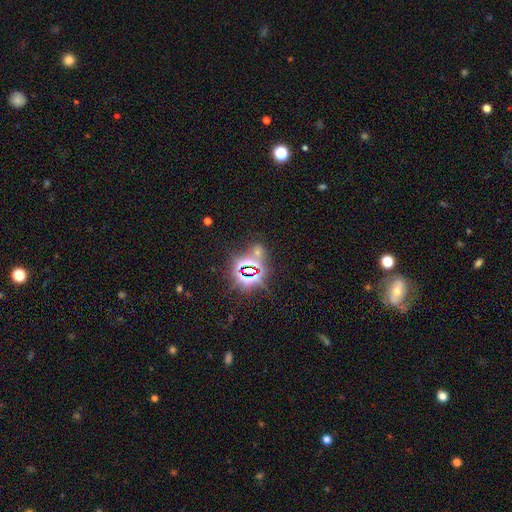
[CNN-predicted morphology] Smooth or featured? Predicted: star or artifact (p=0.76).